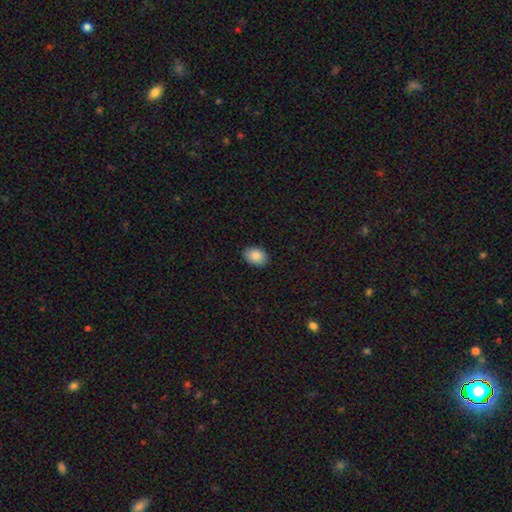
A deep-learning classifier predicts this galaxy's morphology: type=smooth (87%); roundness=in between (76%); merging=none (86%).